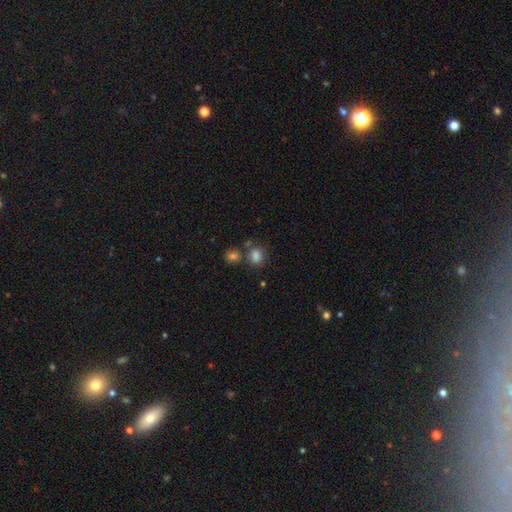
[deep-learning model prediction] Overall: smooth (82%). How rounded: in between (50%; round 49%). Merging: none (63%).